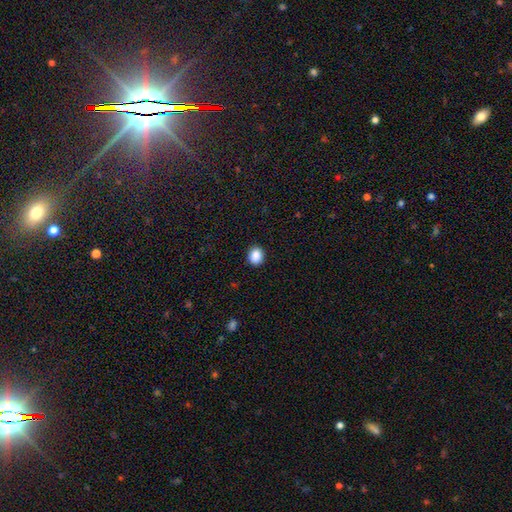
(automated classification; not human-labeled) This appears to be a smooth galaxy with no disk features (88%) that is round (65%). Merging: none (91%).